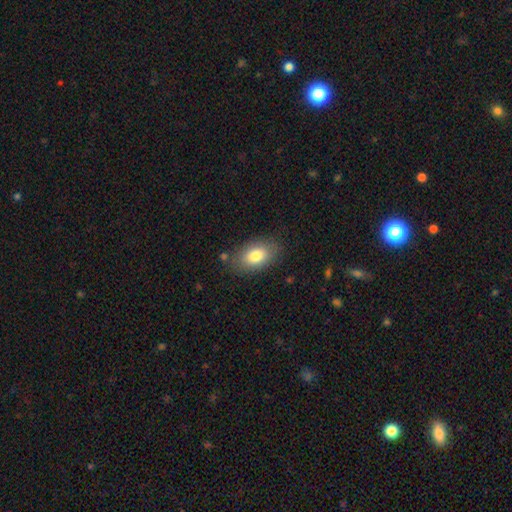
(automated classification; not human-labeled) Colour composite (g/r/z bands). It shows a smooth galaxy with no disk features (81%) that is in between round and cigar-shaped (90%). Merging: none (80%).